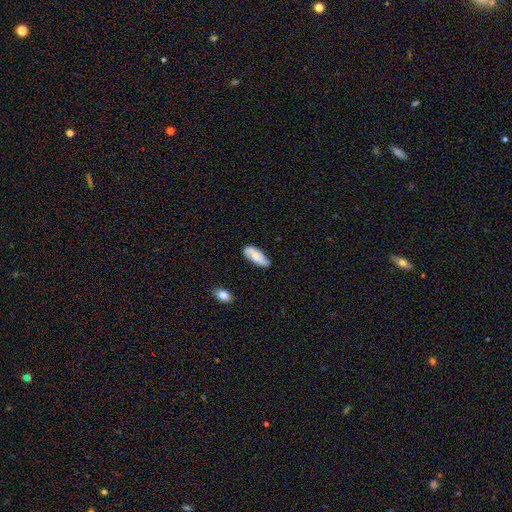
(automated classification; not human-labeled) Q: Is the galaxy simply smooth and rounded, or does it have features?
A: smooth — 64%.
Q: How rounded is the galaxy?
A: in between — 74%.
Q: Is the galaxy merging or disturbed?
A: none — 70%.